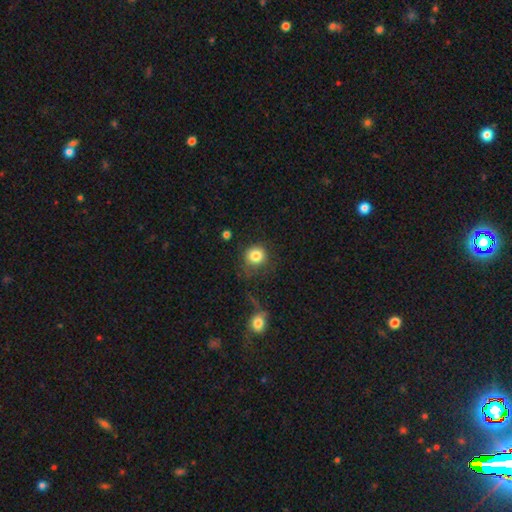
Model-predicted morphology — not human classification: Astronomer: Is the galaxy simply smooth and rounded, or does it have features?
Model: smooth — 82%.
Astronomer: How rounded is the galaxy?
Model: round — 88%.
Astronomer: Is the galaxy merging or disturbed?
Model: none — 67%.